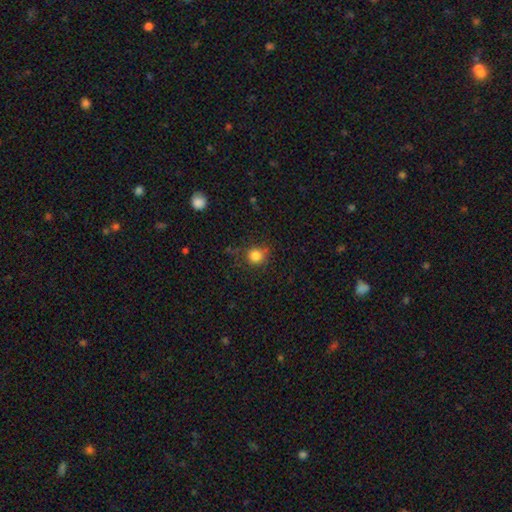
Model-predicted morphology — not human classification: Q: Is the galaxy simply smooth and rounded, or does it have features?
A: smooth — 83%.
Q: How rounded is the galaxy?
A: round — 88%.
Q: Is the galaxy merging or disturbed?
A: none — 77%.